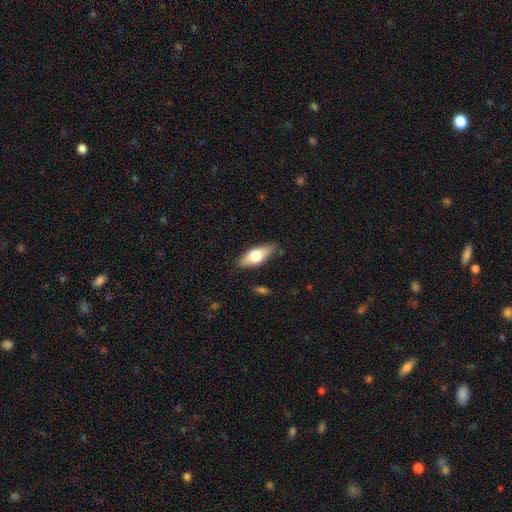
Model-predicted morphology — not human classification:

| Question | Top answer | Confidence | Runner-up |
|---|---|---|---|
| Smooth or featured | smooth | 58% | featured or disk (36%) |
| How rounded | in between | 71% | cigar-shaped (25%) |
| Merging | none | 83% | minor disturbance (13%) |